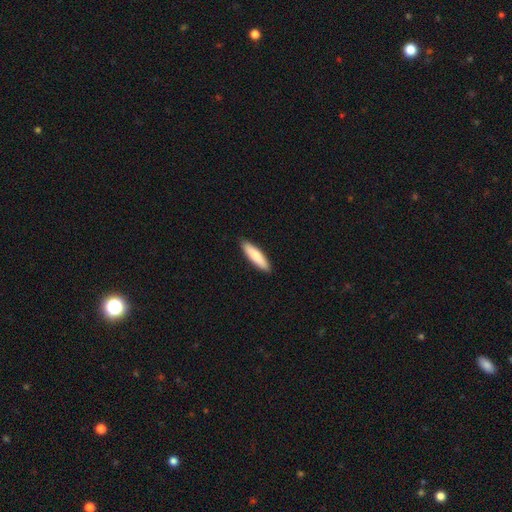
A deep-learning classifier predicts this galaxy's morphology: smooth_or_featured: smooth (p=0.83) [alt: featured or disk p=0.12]
how_rounded: cigar-shaped (p=0.75) [alt: in between p=0.24]
merging: none (p=0.90) [alt: minor disturbance p=0.07]